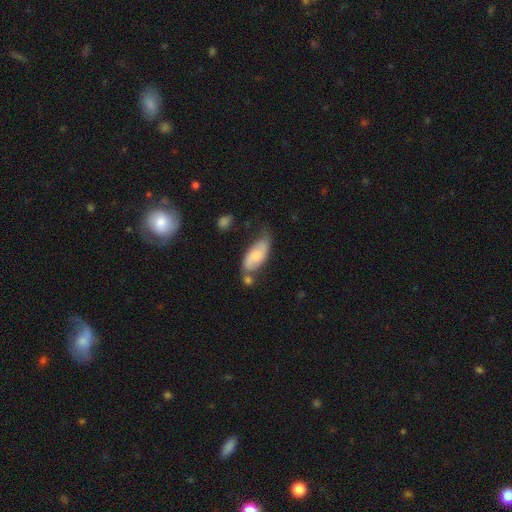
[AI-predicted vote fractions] This is possibly a smooth galaxy (56%). How rounded: clearly in between (84%). Merging: possibly none (46%).